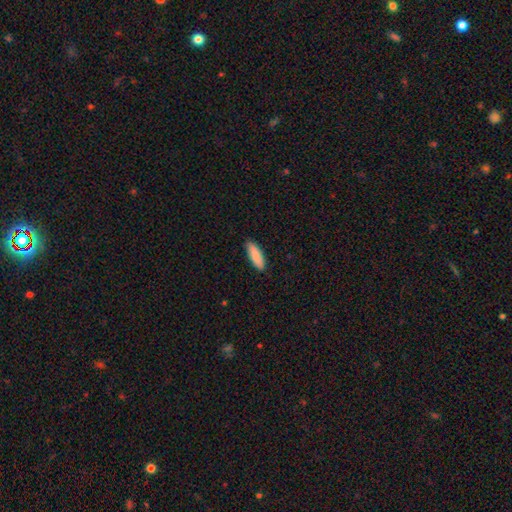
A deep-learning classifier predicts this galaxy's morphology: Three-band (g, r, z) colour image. It shows a smooth galaxy with no disk features (89%) that is in between round and cigar-shaped (58%). Merging: none (88%).